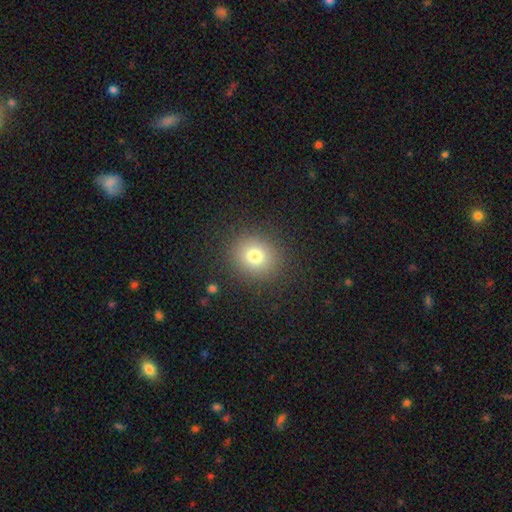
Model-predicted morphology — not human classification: Smooth or featured? Predicted: smooth (p=0.78). How rounded? Predicted: round (p=0.80). Merging? Predicted: none (p=0.88).